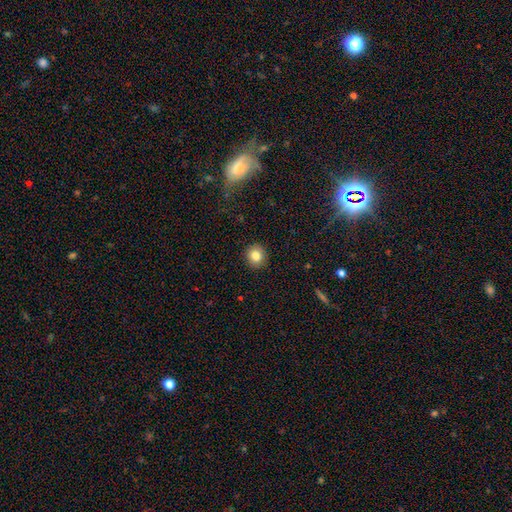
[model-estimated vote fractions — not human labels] smooth 83%, star or artifact 10%, featured or disk 7%. Down the decision tree: how rounded — round (87%); merging — none (92%).